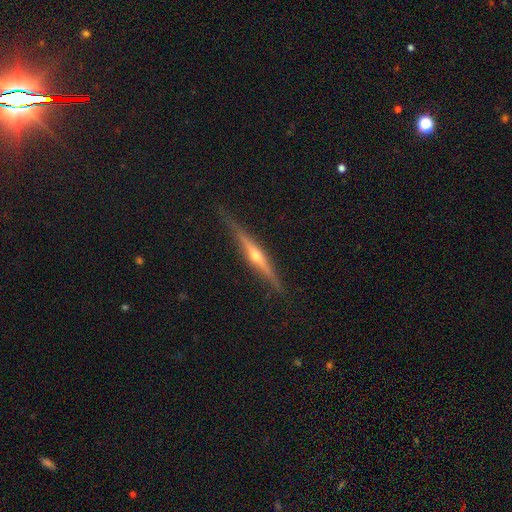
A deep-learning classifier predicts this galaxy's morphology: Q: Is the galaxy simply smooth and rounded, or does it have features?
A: featured or disk — 81%.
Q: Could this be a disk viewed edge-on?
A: yes — 98%.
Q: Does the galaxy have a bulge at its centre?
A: rounded — 90%.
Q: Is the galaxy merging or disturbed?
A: none — 87%.